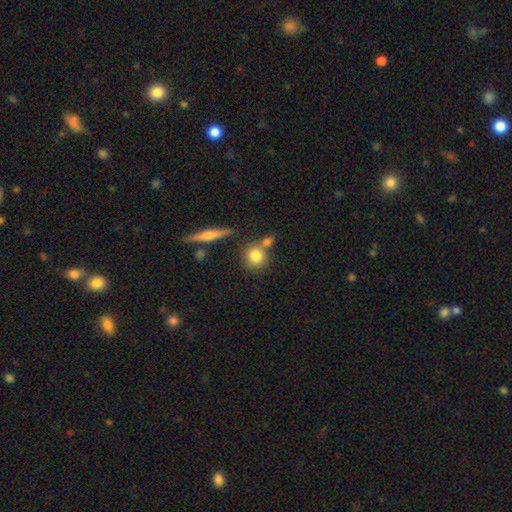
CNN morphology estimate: smooth_or_featured: smooth (p=0.78) [alt: featured or disk p=0.13]
how_rounded: round (p=0.82) [alt: in between p=0.14]
merging: none (p=0.60) [alt: merger p=0.24]